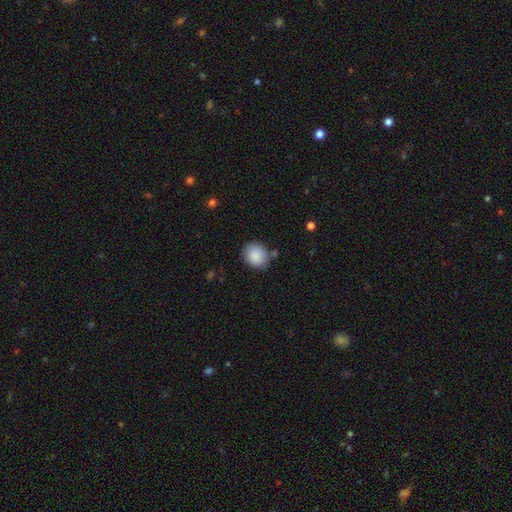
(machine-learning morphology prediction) Q: Smooth or featured?
A: smooth (88%); runner-up: star or artifact (7%)
Q: How rounded?
A: round (72%); runner-up: in between (27%)
Q: Merging?
A: none (76%); runner-up: minor disturbance (15%)